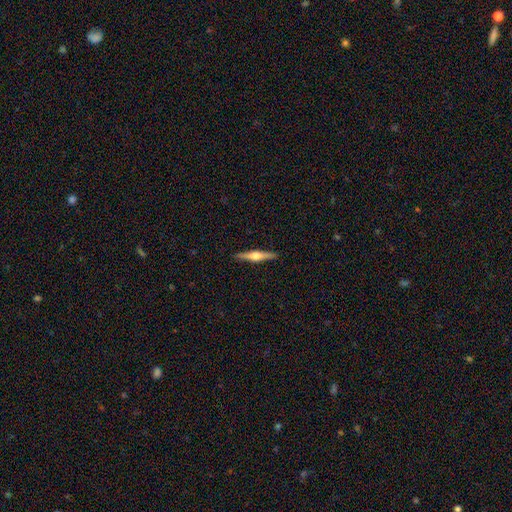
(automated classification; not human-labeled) A featured or disk galaxy (69%) viewed edge-on (98%) with a rounded central bulge (94%). Merging: none (92%).